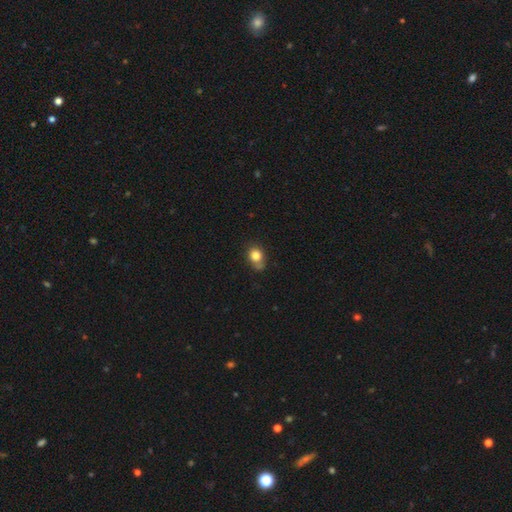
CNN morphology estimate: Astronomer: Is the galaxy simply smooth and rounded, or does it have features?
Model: smooth — 81%.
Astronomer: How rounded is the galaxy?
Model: round — 63%.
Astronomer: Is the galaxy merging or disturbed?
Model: none — 59%.